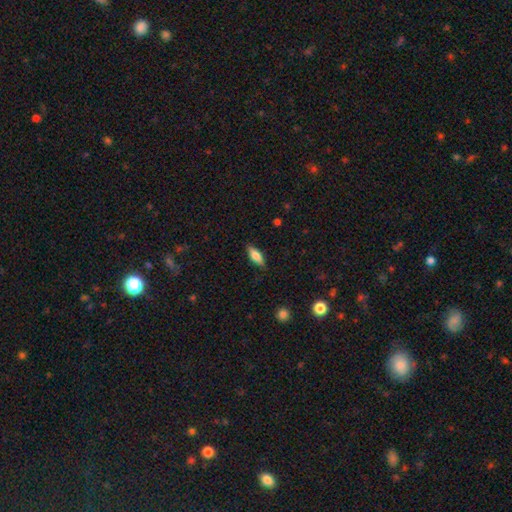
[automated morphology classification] Smooth or featured? smooth (75%)
How rounded? in between (69%)
Merging? none (85%)